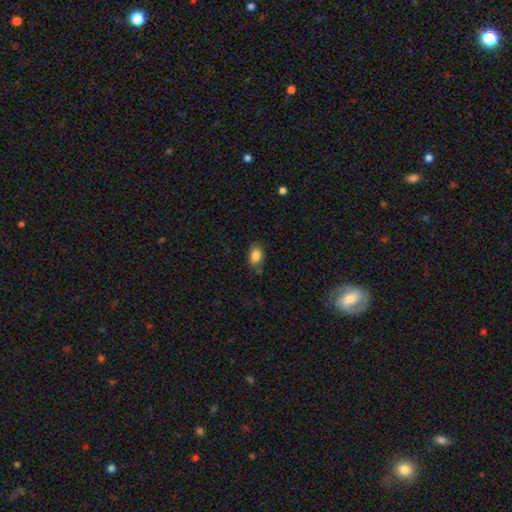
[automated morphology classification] A smooth galaxy with no disk features (85%) that is in between round and cigar-shaped (85%).

Vote fractions:
- Smooth or featured? smooth: 85% / star or artifact: 9% / featured or disk: 7%
- How rounded? in between: 85% / round: 13% / cigar-shaped: 2%
- Merging? none: 74% / minor disturbance: 18% / major disturbance: 4% / merger: 3%